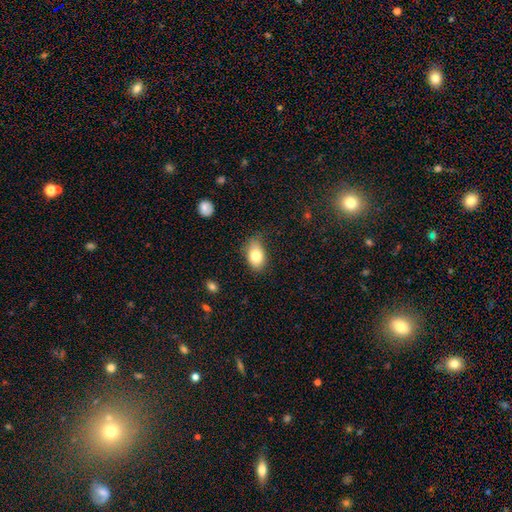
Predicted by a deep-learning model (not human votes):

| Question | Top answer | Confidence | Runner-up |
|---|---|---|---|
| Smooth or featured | smooth | 82% | featured or disk (11%) |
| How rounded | in between | 88% | round (11%) |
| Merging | none | 70% | minor disturbance (23%) |